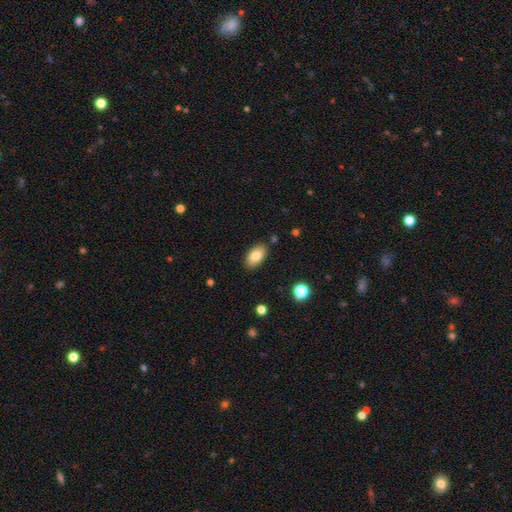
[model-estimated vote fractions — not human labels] Morphology: type=smooth (81%); roundness=in between (93%); merging=none (86%).